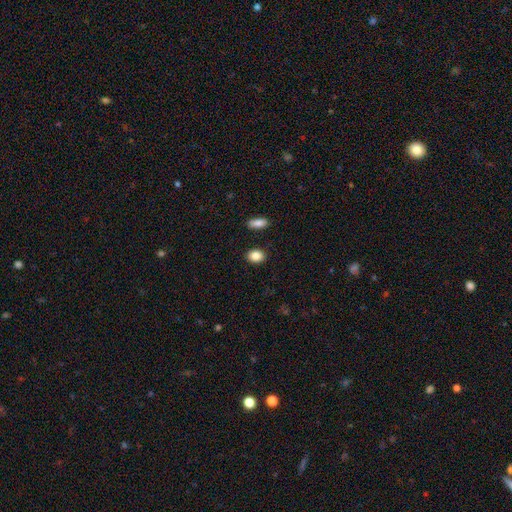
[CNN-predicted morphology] A smooth galaxy with no disk features (86%) that is in between round and cigar-shaped (70%).

Vote fractions:
- Smooth or featured? smooth: 86% / star or artifact: 8% / featured or disk: 6%
- How rounded? in between: 70% / round: 28% / cigar-shaped: 2%
- Merging? none: 88% / minor disturbance: 7% / merger: 2% / major disturbance: 2%